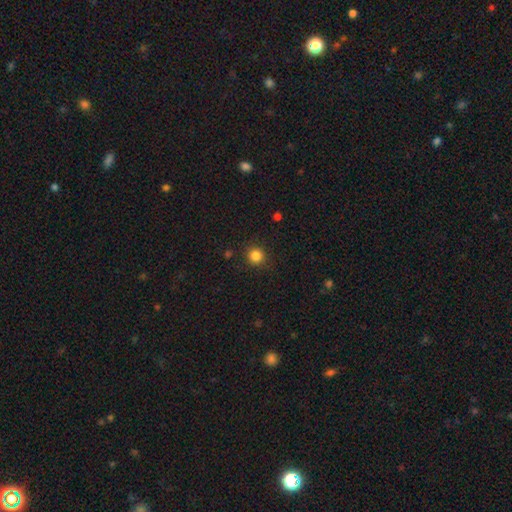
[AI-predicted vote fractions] This is clearly a smooth galaxy (85%). How rounded: clearly round (94%). Merging: clearly none (90%).